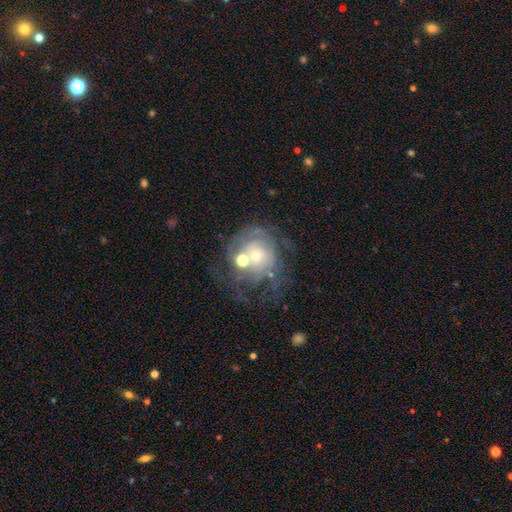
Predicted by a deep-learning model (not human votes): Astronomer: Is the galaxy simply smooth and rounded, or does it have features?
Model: featured or disk — 68%.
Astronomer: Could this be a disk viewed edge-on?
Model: no — 97%.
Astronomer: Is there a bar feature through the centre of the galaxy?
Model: no — 81%.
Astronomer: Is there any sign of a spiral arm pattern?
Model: yes — 70%.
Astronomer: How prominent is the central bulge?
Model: small — 46% (runner-up: moderate, 45%).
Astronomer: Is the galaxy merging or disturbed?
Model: none — 42% (runner-up: major disturbance, 22%).